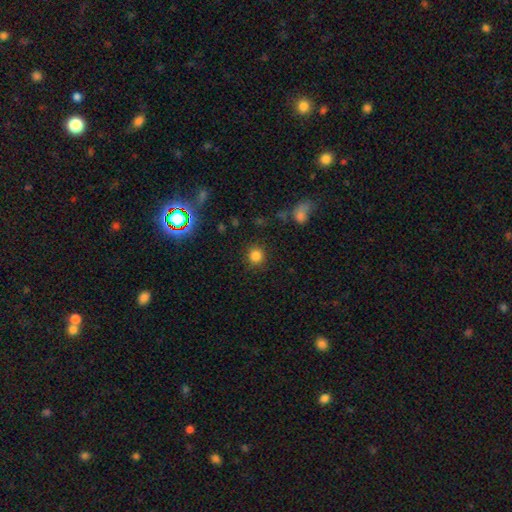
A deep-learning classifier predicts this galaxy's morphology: Smooth or featured? smooth (82%)
How rounded? round (91%)
Merging? none (88%)